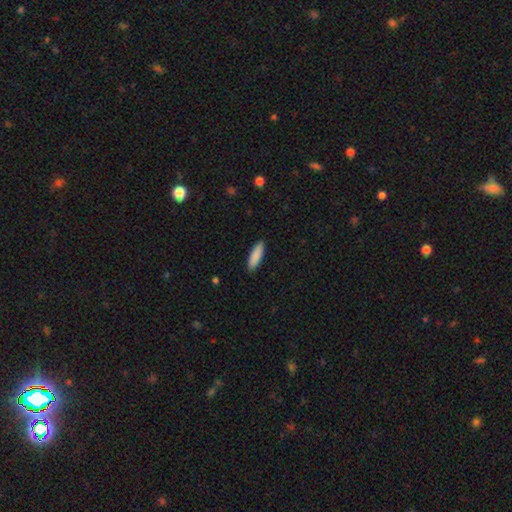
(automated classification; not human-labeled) smooth 89%, star or artifact 6%, featured or disk 6%. Down the decision tree: how rounded — cigar-shaped (54%); merging — none (90%).